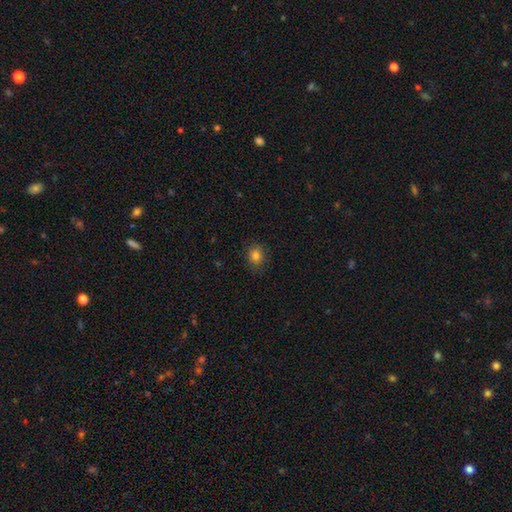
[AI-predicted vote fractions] A smooth galaxy with no disk features (81%) that is round (59%).

Vote fractions:
- Smooth or featured? smooth: 81% / star or artifact: 12% / featured or disk: 7%
- How rounded? round: 59% / in between: 40% / cigar-shaped: 1%
- Merging? none: 84% / minor disturbance: 12% / major disturbance: 3% / merger: 1%